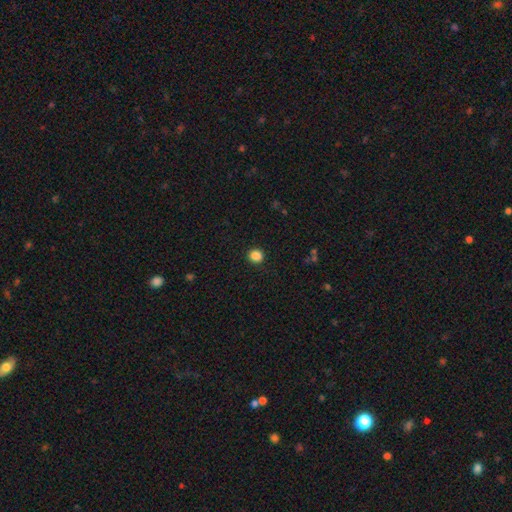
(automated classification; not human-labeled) This appears to be a smooth galaxy with no disk features (86%) that is round (90%). Merging: none (91%).